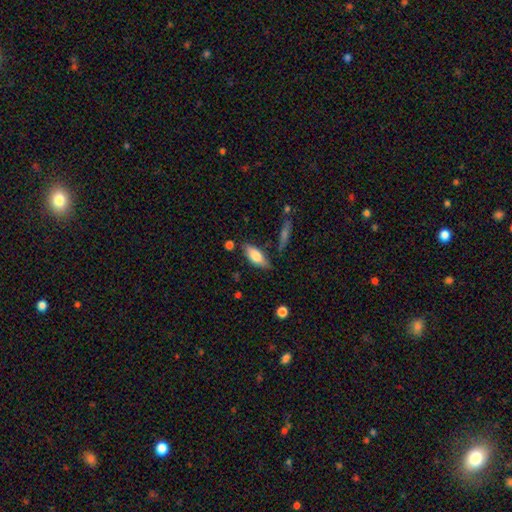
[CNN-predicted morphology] type=smooth (74%); roundness=in between (77%); merging=none (73%).